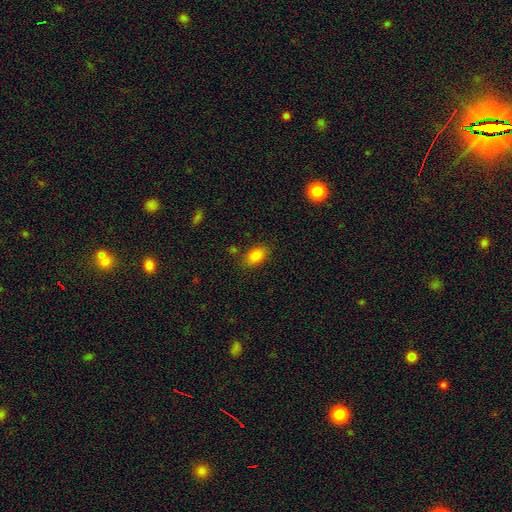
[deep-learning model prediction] Overall: smooth (83%). How rounded: in between (85%). Merging: none (80%).